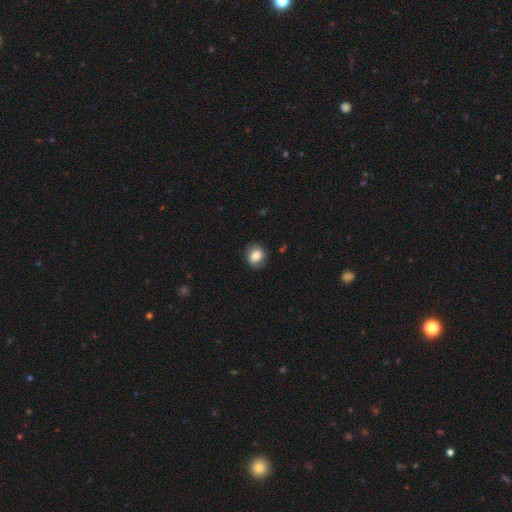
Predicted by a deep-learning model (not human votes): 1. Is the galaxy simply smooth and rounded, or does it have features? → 79% smooth, 12% featured or disk, 8% star or artifact.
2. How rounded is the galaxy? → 61% round, 38% in between, 1% cigar-shaped.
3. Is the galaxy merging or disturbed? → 81% none, 14% minor disturbance, 4% major disturbance, 1% merger.